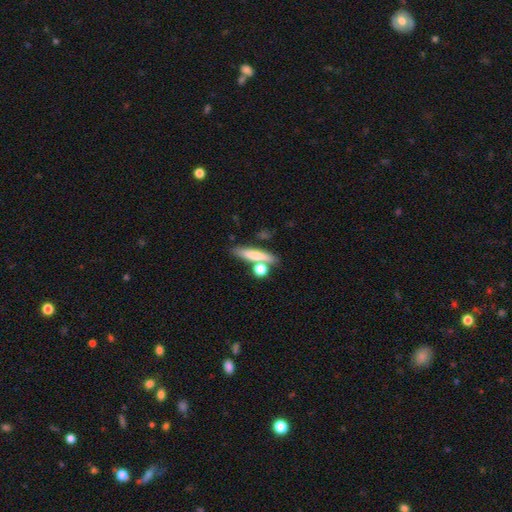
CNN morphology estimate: smooth_or_featured: smooth (p=0.69) [alt: featured or disk p=0.23]
how_rounded: cigar-shaped (p=0.67) [alt: in between p=0.21]
merging: none (p=0.64) [alt: merger p=0.20]